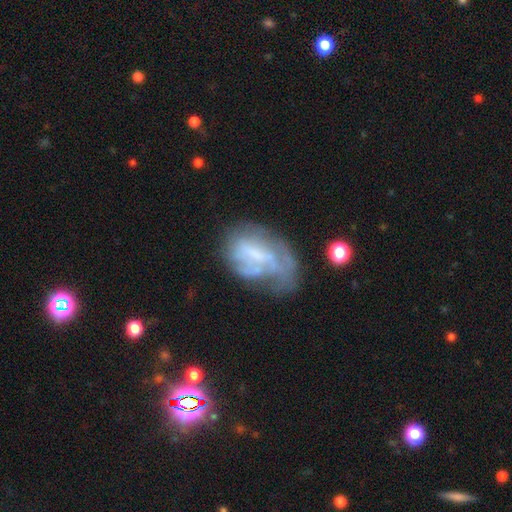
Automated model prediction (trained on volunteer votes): Smooth or featured? featured or disk (56%)
Edge-on disk? no (96%)
Bar? no (50%)
Spiral arms? no (57%)
Bulge size? none (47%)
Merging? major disturbance (36%)